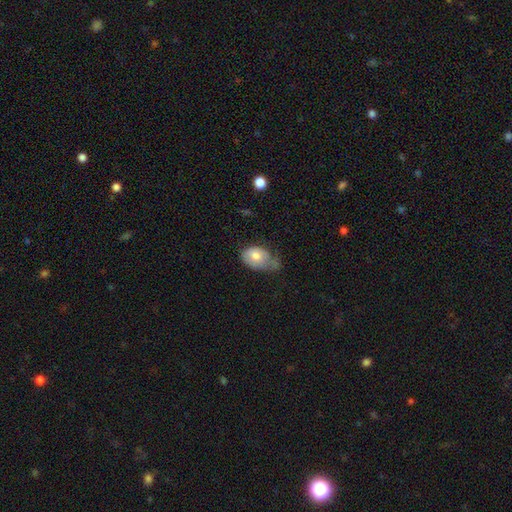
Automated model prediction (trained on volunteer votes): Smooth or featured?
  - smooth: 74% *
  - featured or disk: 19%
  - star or artifact: 7%
How rounded?
  - in between: 79% *
  - round: 20%
  - cigar-shaped: 1%
Merging?
  - minor disturbance: 42% *
  - none: 26%
  - major disturbance: 25%
  - merger: 7%